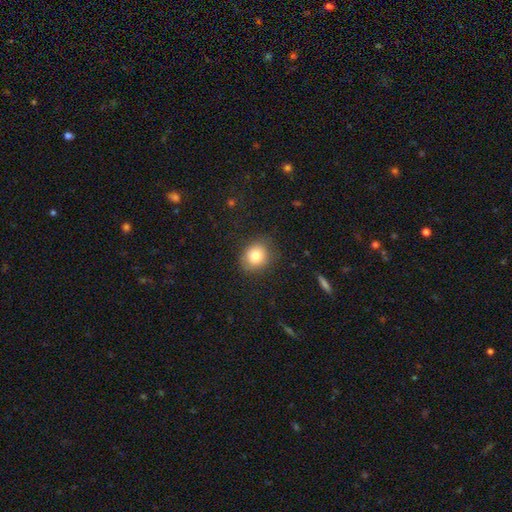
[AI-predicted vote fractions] The model was most divided on "how rounded": round: 67%, in between: 32%, cigar-shaped: 1%. More confident: merging — none (81%); smooth or featured — smooth (81%).